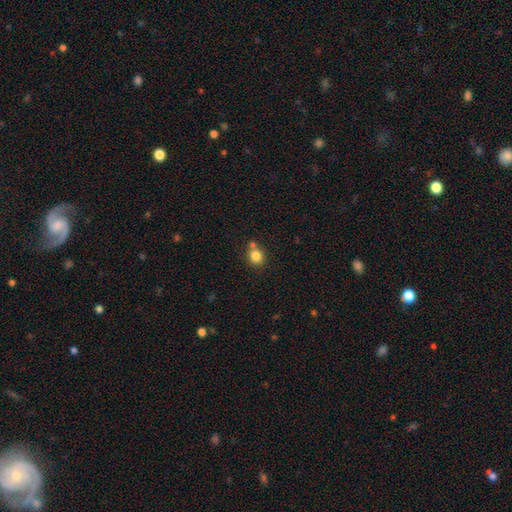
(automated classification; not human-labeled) Smooth or featured: smooth — 83% (star or artifact — 11%)
How rounded: round — 74% (in between — 25%)
Merging: none — 64% (merger — 21%)